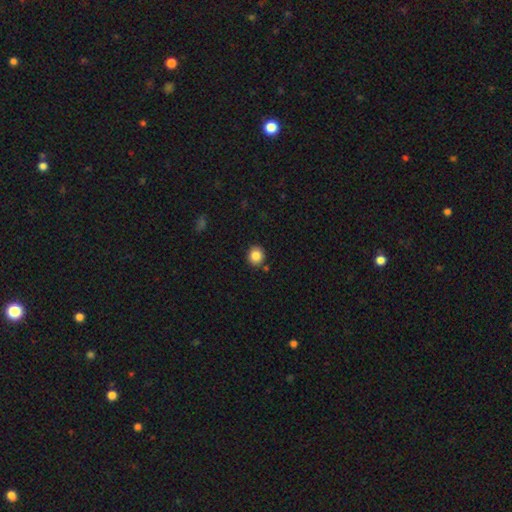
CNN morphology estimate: This is clearly a smooth galaxy (85%). How rounded: clearly round (88%). Merging: clearly none (87%).